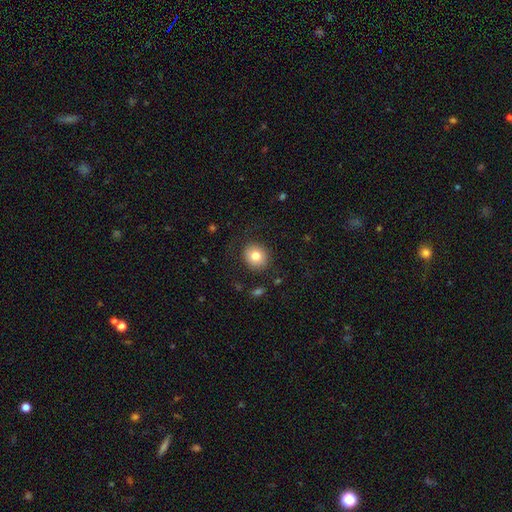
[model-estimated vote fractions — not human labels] Smooth or featured? smooth (79%)
How rounded? round (80%)
Merging? none (85%)